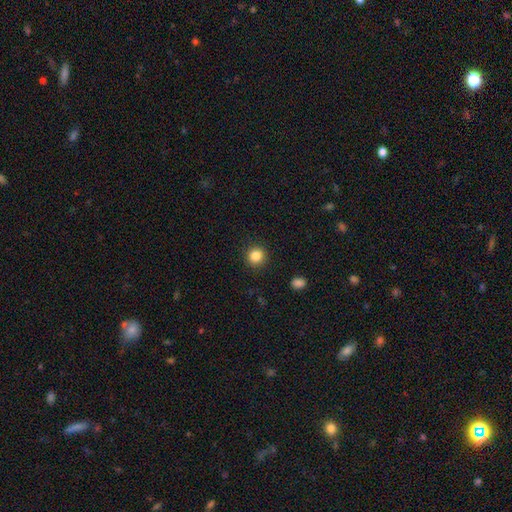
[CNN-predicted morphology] A smooth galaxy with no disk features (85%) that is round (93%). Merging: none (92%).